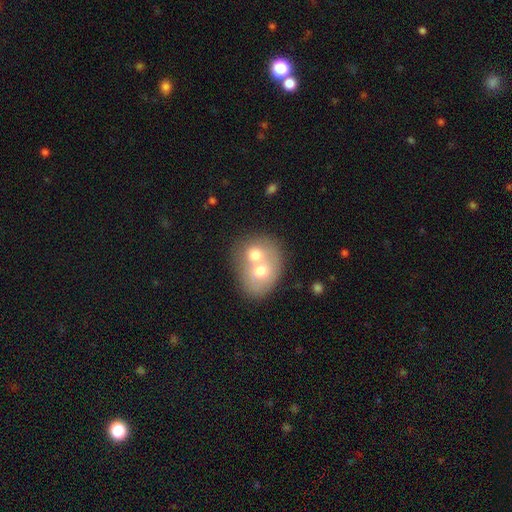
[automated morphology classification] smooth_or_featured: smooth (p=0.61) [alt: featured or disk p=0.31]
how_rounded: round (p=0.58) [alt: in between p=0.41]
merging: merger (p=0.71) [alt: none p=0.20]